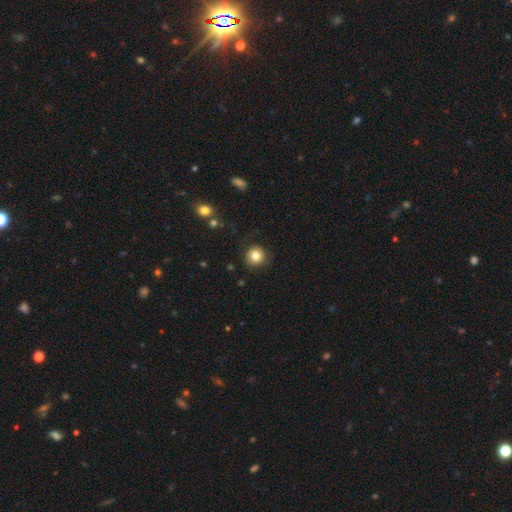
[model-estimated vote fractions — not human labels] Smooth or featured?
  - smooth: 83% *
  - star or artifact: 11%
  - featured or disk: 7%
How rounded?
  - round: 93% *
  - in between: 6%
  - cigar-shaped: 1%
Merging?
  - none: 88% *
  - minor disturbance: 8%
  - major disturbance: 2%
  - merger: 1%